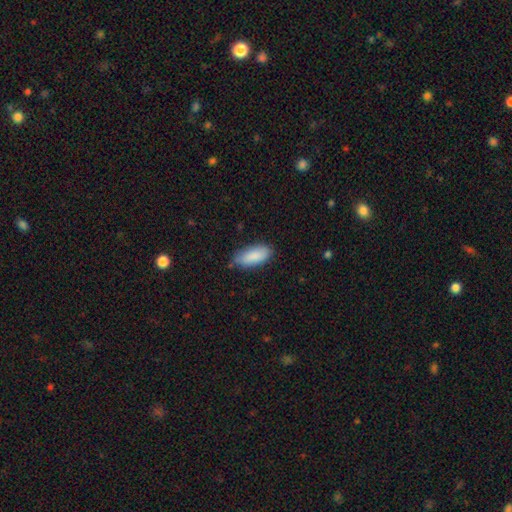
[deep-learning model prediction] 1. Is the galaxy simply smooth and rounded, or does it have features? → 87% smooth, 6% featured or disk, 6% star or artifact.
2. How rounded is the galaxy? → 84% in between, 14% cigar-shaped, 2% round.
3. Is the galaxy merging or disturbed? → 76% none, 19% minor disturbance, 3% major disturbance, 2% merger.